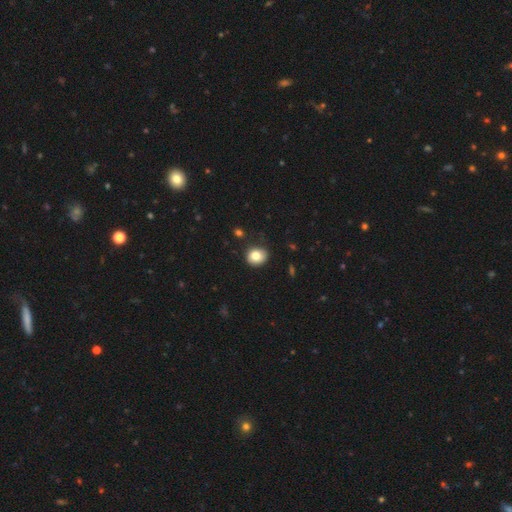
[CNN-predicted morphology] A smooth galaxy with no disk features (79%) that is round (73%). Merging: none (81%).